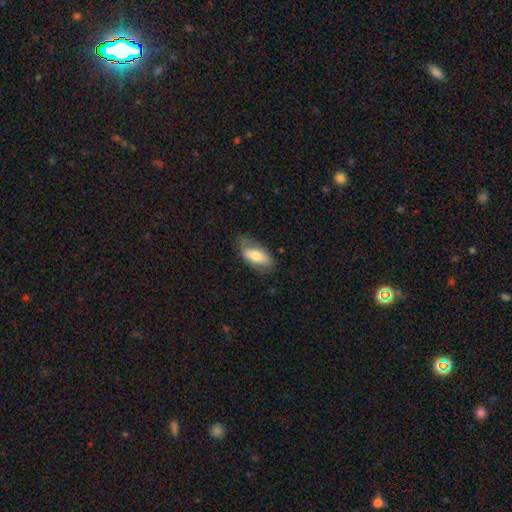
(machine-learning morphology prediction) Smooth or featured: smooth — 63% (featured or disk — 30%)
How rounded: in between — 84% (cigar-shaped — 13%)
Merging: none — 61% (minor disturbance — 27%)